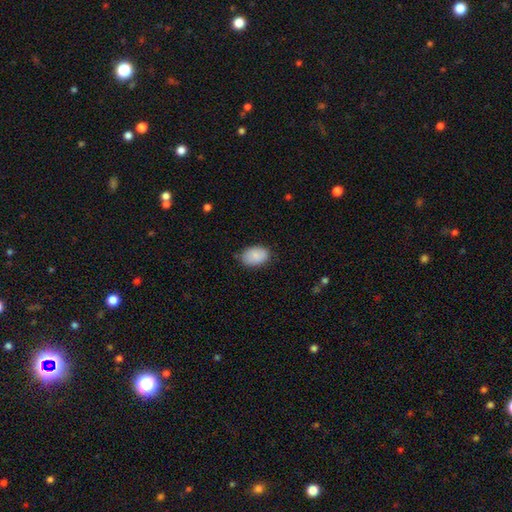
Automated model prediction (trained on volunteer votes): Smooth or featured? Predicted: smooth (p=0.86). How rounded? Predicted: in between (p=0.89). Merging? Predicted: none (p=0.80).